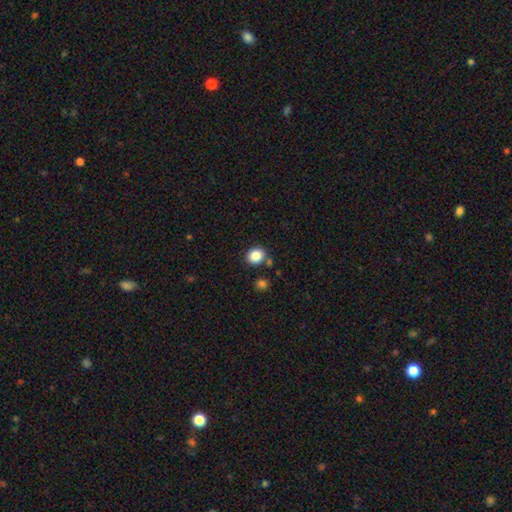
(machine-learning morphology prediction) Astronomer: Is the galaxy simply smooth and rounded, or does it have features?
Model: smooth — 86%.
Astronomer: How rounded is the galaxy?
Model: round — 70%.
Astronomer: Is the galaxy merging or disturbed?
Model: none — 81%.